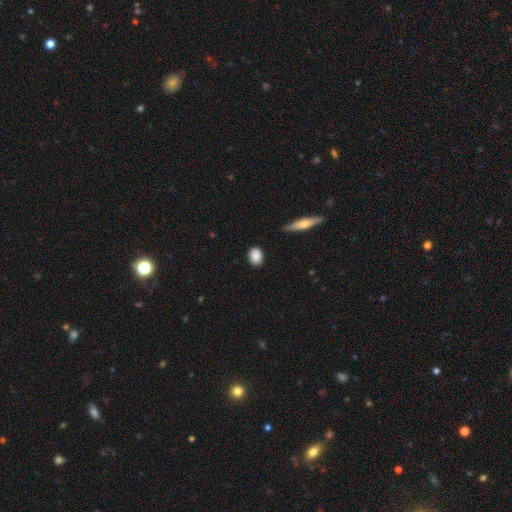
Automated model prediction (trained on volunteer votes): Smooth or featured: smooth — 88% (star or artifact — 7%)
How rounded: in between — 56% (round — 42%)
Merging: none — 86% (minor disturbance — 10%)